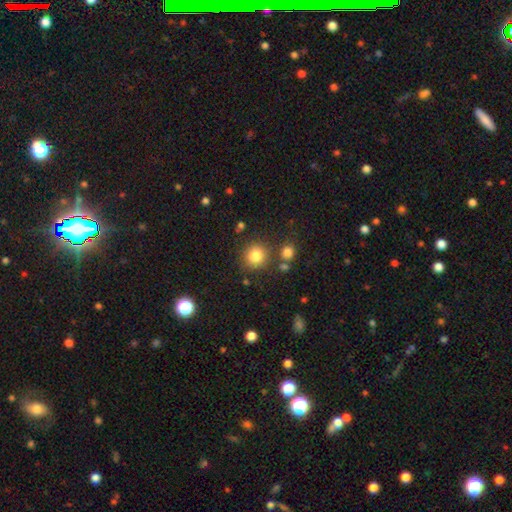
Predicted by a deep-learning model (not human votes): Overall: smooth (83%). How rounded: round (89%). Merging: none (81%).